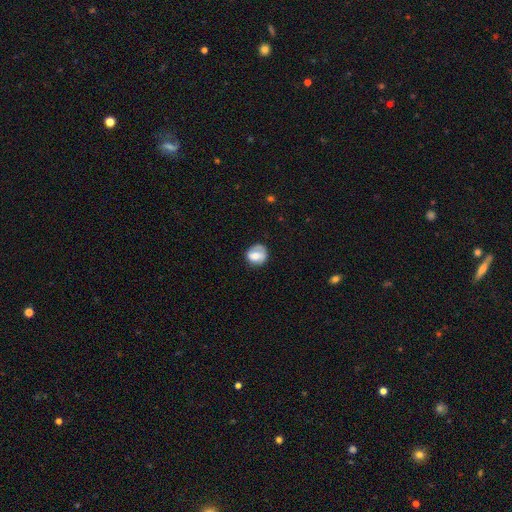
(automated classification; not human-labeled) This is likely a smooth galaxy (69%). How rounded: likely round (78%). Merging: likely none (63%).